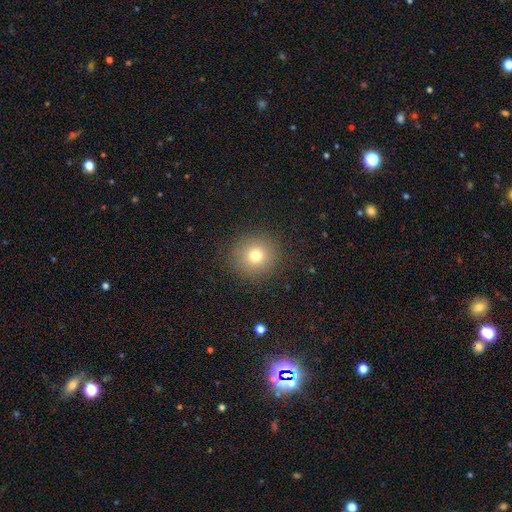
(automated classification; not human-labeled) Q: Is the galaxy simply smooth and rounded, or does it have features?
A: smooth — 75%.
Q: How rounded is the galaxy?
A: round — 93%.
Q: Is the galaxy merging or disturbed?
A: none — 90%.